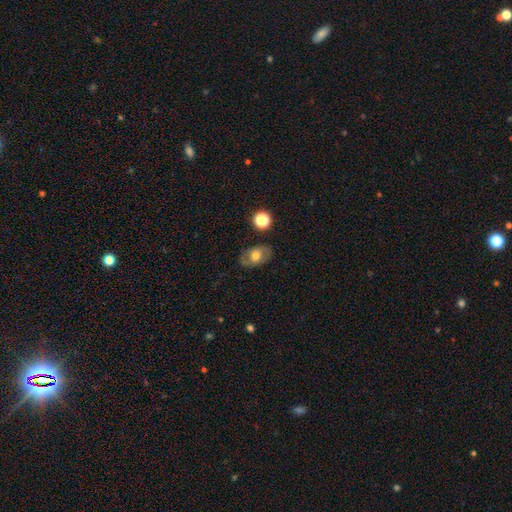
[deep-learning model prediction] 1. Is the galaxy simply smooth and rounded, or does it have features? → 57% smooth, 33% featured or disk, 10% star or artifact.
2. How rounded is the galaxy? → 79% in between, 19% round, 2% cigar-shaped.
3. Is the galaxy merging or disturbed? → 78% none, 15% minor disturbance, 4% major disturbance, 2% merger.